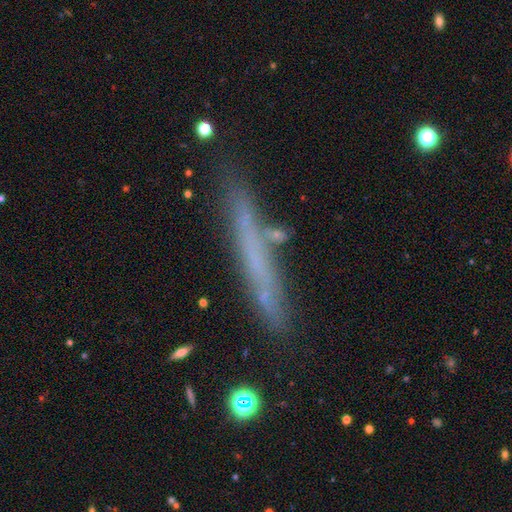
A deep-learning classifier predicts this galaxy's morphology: type=smooth (48%); merging=none (80%).